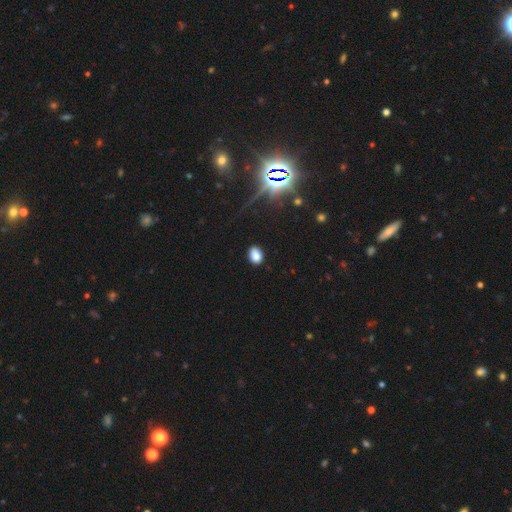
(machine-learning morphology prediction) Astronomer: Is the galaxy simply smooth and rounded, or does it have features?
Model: smooth — 82%.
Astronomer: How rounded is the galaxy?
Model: in between — 77%.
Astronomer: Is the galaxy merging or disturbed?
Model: none — 84%.